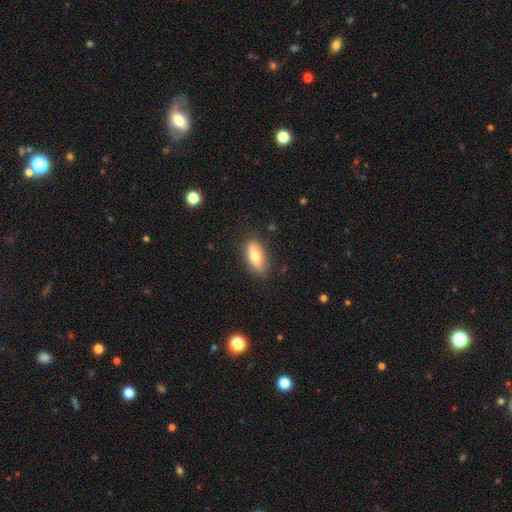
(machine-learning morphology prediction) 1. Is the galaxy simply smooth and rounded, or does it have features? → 74% smooth, 19% featured or disk, 7% star or artifact.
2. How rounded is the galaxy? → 78% in between, 19% cigar-shaped, 3% round.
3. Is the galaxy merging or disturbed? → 83% none, 13% minor disturbance, 3% major disturbance, 1% merger.